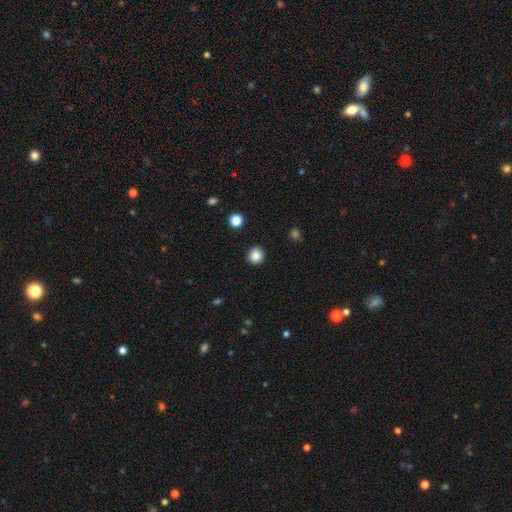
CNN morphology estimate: smooth-or-featured: smooth: 86% | star or artifact: 11% | featured or disk: 3%
  how-rounded: round: 93% | in between: 6% | cigar-shaped: 1%
  merging: none: 91% | minor disturbance: 5% | major disturbance: 2% | merger: 1%